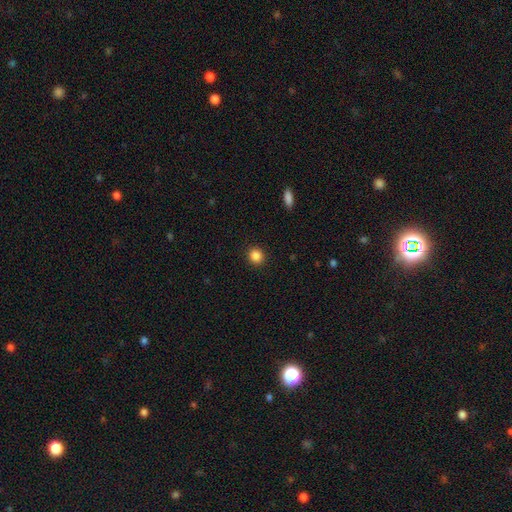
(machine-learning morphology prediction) A smooth galaxy with no disk features (87%) that is round (88%). Merging: none (92%).